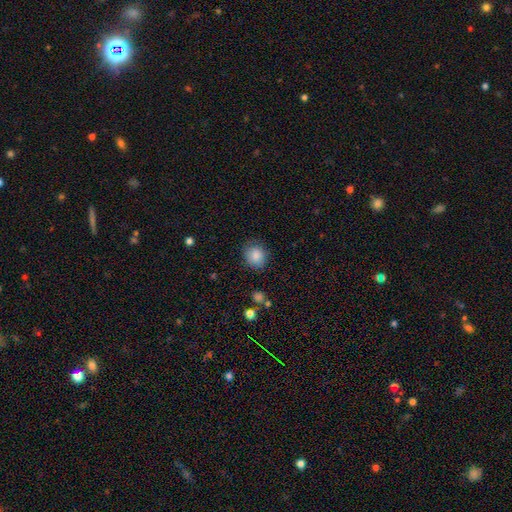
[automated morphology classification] smooth_or_featured: smooth (p=0.86) [alt: star or artifact p=0.09]
how_rounded: round (p=0.78) [alt: in between p=0.21]
merging: none (p=0.82) [alt: minor disturbance p=0.13]